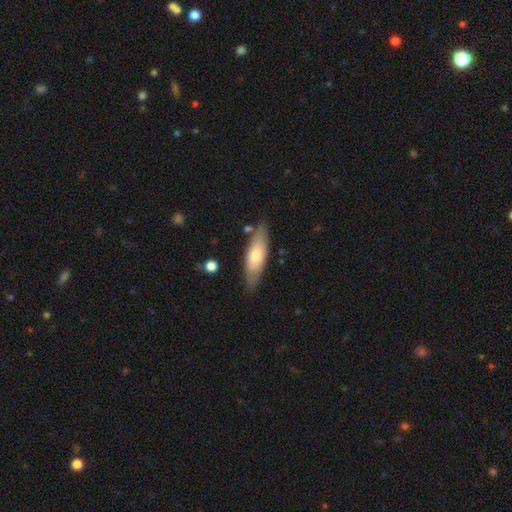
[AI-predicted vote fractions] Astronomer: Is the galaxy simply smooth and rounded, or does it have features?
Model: smooth — 68%.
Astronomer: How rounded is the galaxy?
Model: in between — 53% (runner-up: cigar-shaped, 45%).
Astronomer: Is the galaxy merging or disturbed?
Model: none — 79%.